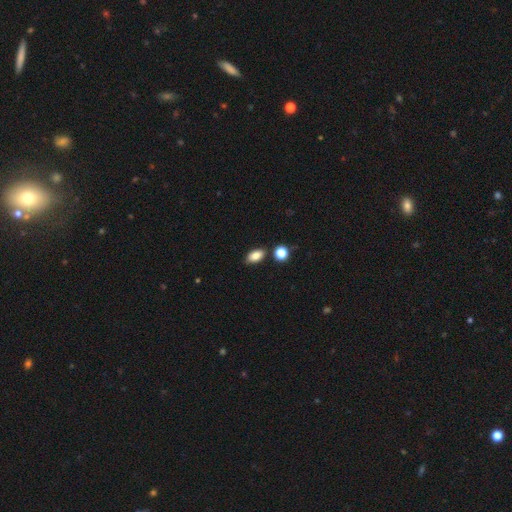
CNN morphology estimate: type=smooth (84%); roundness=in between (89%); merging=none (81%).